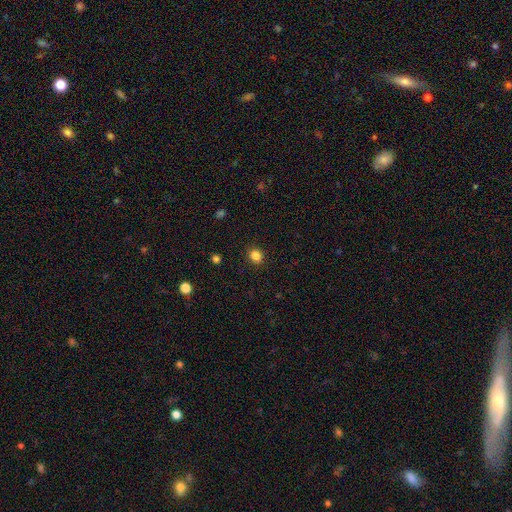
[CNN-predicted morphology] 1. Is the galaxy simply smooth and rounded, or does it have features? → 85% smooth, 12% star or artifact, 4% featured or disk.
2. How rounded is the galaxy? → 74% round, 25% in between, 1% cigar-shaped.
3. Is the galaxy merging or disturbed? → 90% none, 6% minor disturbance, 2% major disturbance, 1% merger.